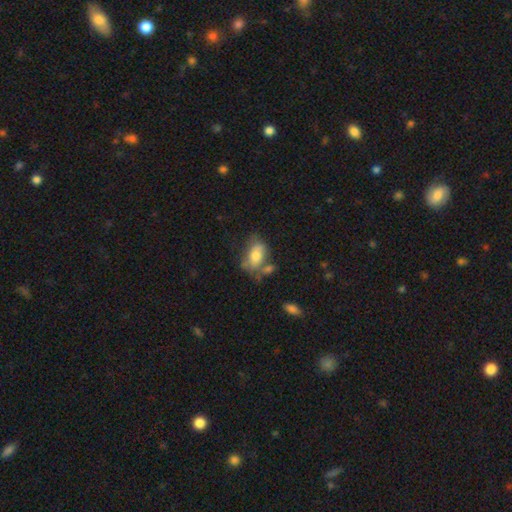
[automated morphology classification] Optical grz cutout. It shows a smooth galaxy with no disk features (68%) that is in between round and cigar-shaped (88%). Merging: none (39%).